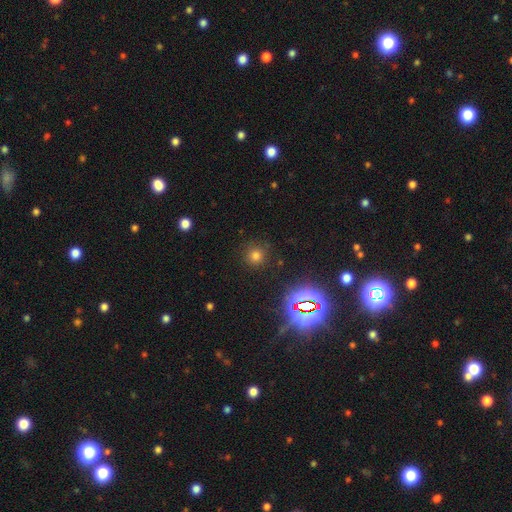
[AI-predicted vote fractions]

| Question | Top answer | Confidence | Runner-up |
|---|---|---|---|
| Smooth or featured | smooth | 68% | star or artifact (26%) |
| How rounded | round | 93% | in between (6%) |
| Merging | none | 86% | minor disturbance (8%) |